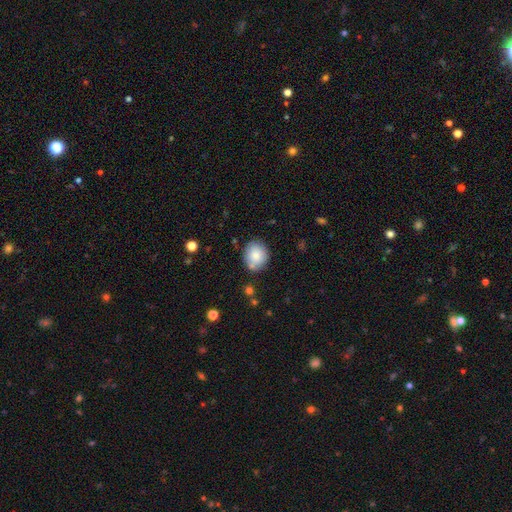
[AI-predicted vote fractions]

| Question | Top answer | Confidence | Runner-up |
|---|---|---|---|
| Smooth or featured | smooth | 82% | featured or disk (10%) |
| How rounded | round | 64% | in between (35%) |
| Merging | none | 75% | minor disturbance (16%) |